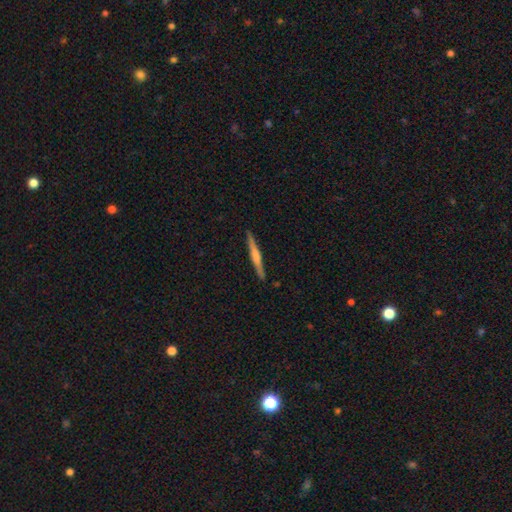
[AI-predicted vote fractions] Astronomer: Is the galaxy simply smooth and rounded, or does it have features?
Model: featured or disk — 53% (runner-up: smooth, 42%).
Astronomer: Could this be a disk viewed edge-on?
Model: yes — 98%.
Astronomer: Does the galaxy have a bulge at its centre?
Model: rounded — 55%.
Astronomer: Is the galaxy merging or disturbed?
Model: none — 90%.